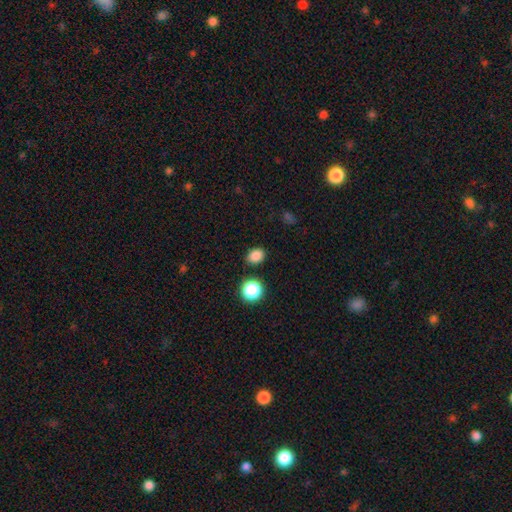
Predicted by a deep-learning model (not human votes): smooth_or_featured: smooth (p=0.84) [alt: star or artifact p=0.12]
how_rounded: in between (p=0.54) [alt: round p=0.45]
merging: none (p=0.84) [alt: minor disturbance p=0.10]